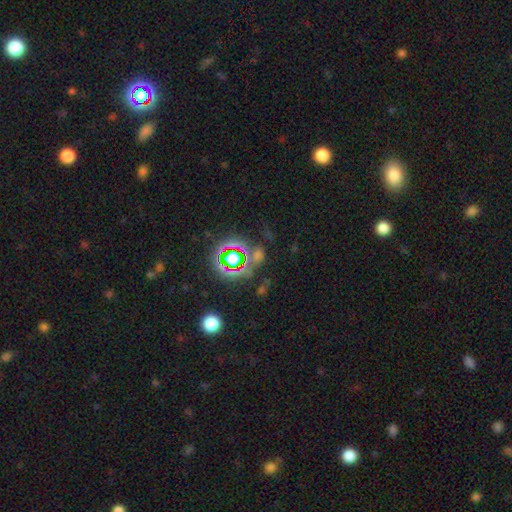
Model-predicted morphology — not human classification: A star or artifact, not a galaxy (67%).

Vote fractions:
- Smooth or featured? star or artifact: 67% / smooth: 20% / featured or disk: 13%